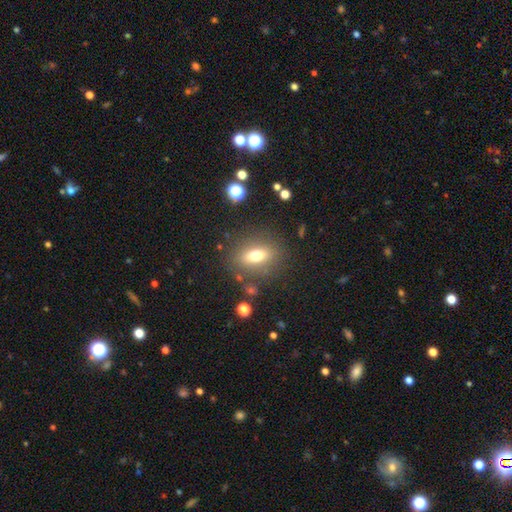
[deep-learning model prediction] smooth-or-featured: smooth: 68% | featured or disk: 20% | star or artifact: 12%
  how-rounded: in between: 69% | round: 22% | cigar-shaped: 9%
  merging: none: 82% | minor disturbance: 10% | major disturbance: 5% | merger: 3%